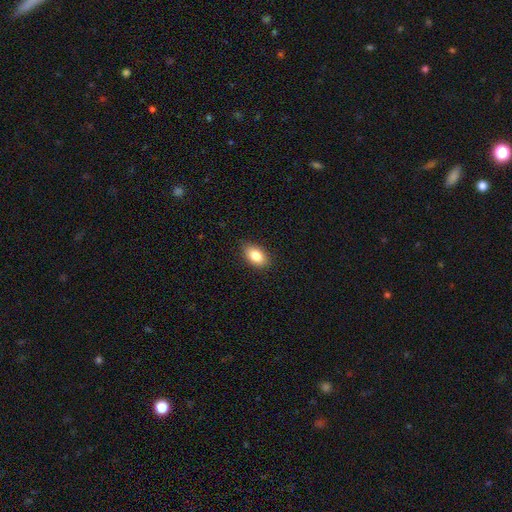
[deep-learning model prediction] The model was most divided on "smooth or featured": smooth: 83%, featured or disk: 9%, star or artifact: 8%. More confident: how rounded — in between (90%); merging — none (88%).